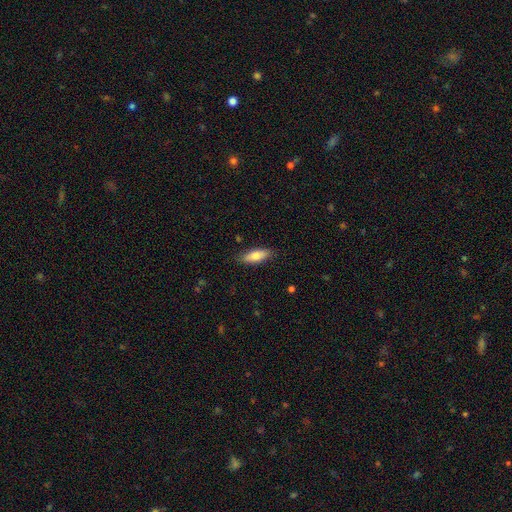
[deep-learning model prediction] The model was most divided on "how rounded": in between: 68%, cigar-shaped: 30%, round: 2%. More confident: merging — none (85%); smooth or featured — smooth (75%).